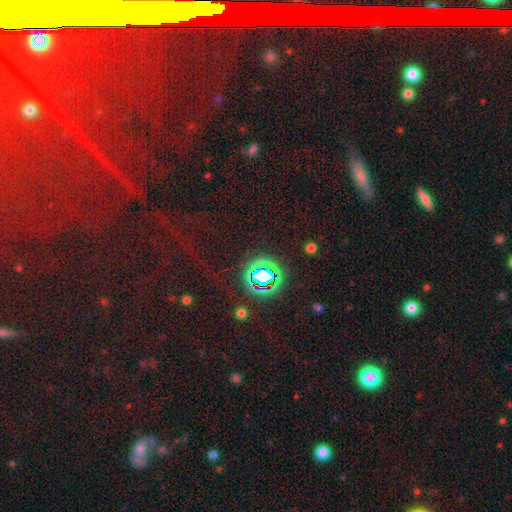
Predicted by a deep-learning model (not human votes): star or artifact 65%, smooth 23%, featured or disk 12%.